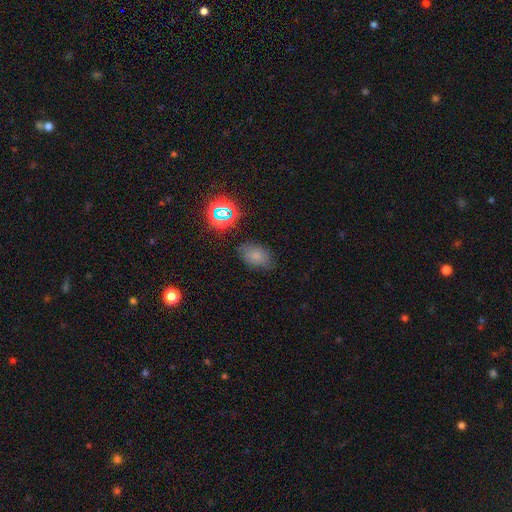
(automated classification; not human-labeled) Smooth or featured: smooth — 70% (star or artifact — 20%)
How rounded: in between — 84% (round — 14%)
Merging: none — 74% (minor disturbance — 18%)